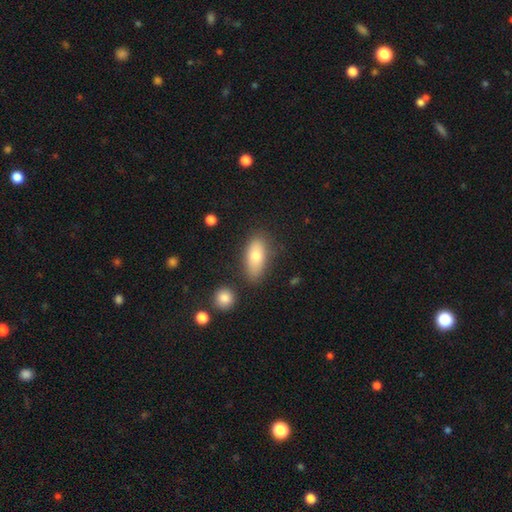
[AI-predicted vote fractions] Q: Smooth or featured?
A: smooth (74%); runner-up: featured or disk (18%)
Q: How rounded?
A: in between (81%); runner-up: cigar-shaped (15%)
Q: Merging?
A: none (76%); runner-up: minor disturbance (16%)